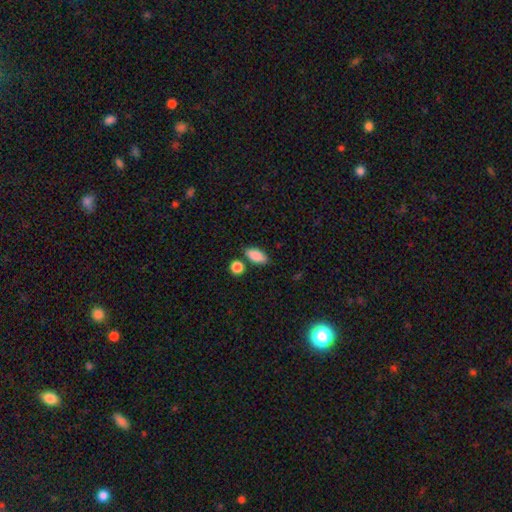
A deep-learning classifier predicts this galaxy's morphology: A smooth galaxy with no disk features (86%) that is in between round and cigar-shaped (87%).

Vote fractions:
- Smooth or featured? smooth: 86% / featured or disk: 7% / star or artifact: 7%
- How rounded? in between: 87% / cigar-shaped: 8% / round: 5%
- Merging? none: 77% / minor disturbance: 11% / merger: 9% / major disturbance: 3%